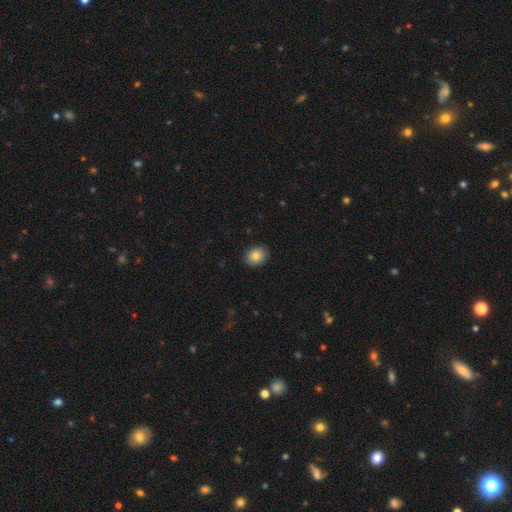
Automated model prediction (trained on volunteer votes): Smooth or featured?
  - smooth: 84% *
  - star or artifact: 9%
  - featured or disk: 7%
How rounded?
  - round: 51% *
  - in between: 48%
  - cigar-shaped: 1%
Merging?
  - none: 90% *
  - minor disturbance: 7%
  - major disturbance: 2%
  - merger: 1%